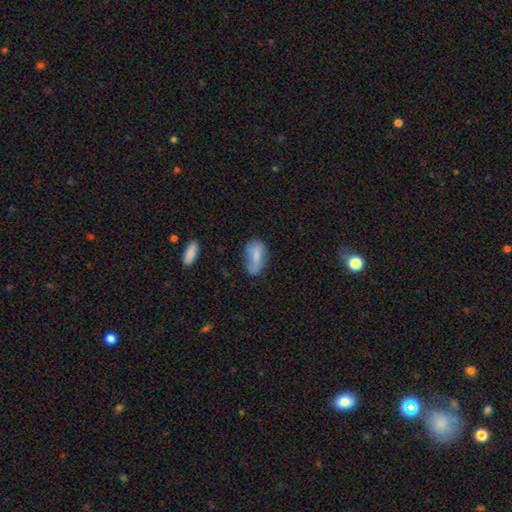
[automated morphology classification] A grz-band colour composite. It shows a smooth galaxy with no disk features (72%) that is in between round and cigar-shaped (89%). Merging: none (48%).